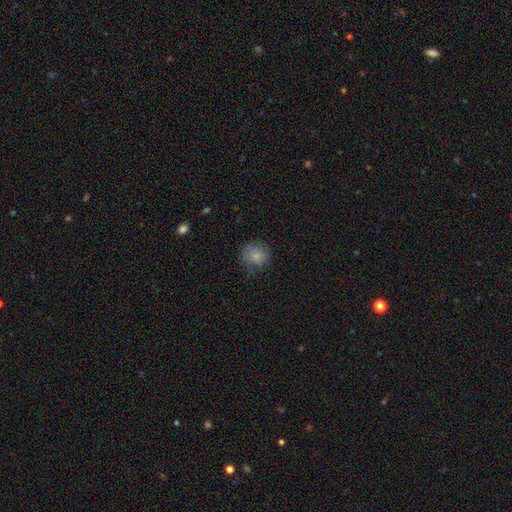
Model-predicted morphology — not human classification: Overall: smooth (82%). How rounded: round (86%). Merging: none (75%).